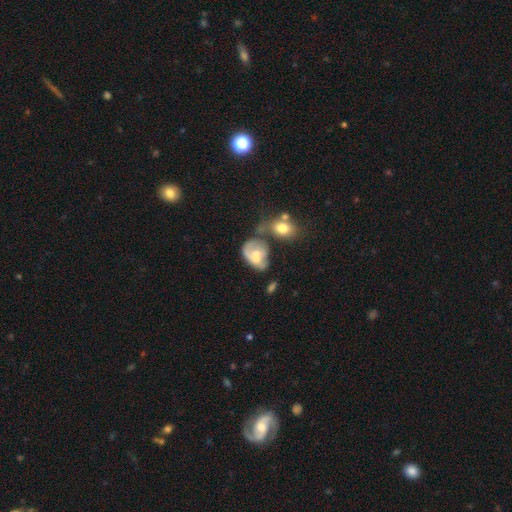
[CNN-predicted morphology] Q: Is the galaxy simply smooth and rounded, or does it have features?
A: smooth — 49%.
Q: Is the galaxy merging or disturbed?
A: merger — 30%.